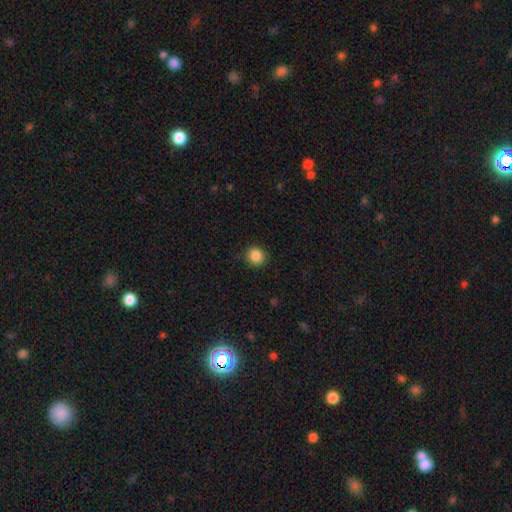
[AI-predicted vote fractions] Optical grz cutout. It shows a smooth galaxy with no disk features (87%) that is round (87%). Merging: none (89%).